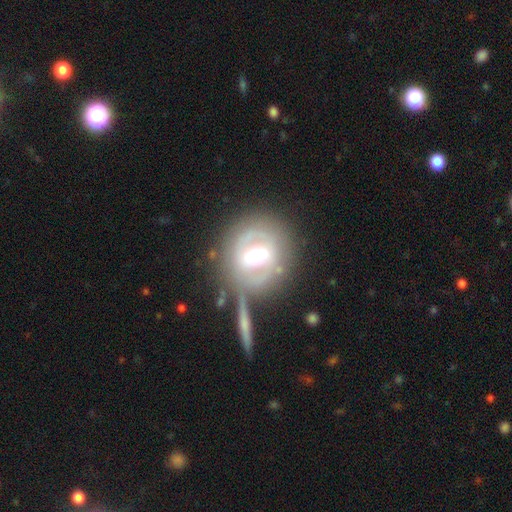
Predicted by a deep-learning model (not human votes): Smooth or featured: featured or disk — 66% (smooth — 27%)
Edge-on disk: no — 92% (yes — 8%)
Bar: strong — 44% (weak — 39%)
Spiral arms: no — 56% (yes — 44%)
Bulge size: moderate — 72% (large — 15%)
Merging: none — 65% (minor disturbance — 15%)